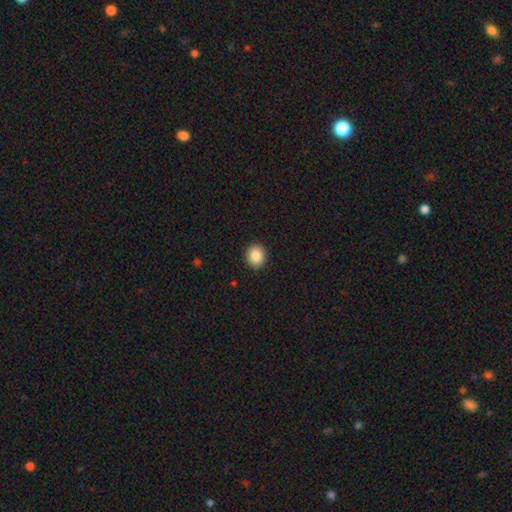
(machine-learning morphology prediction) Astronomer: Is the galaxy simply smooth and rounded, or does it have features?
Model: smooth — 86%.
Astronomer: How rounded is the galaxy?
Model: round — 71%.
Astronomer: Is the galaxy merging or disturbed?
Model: none — 92%.